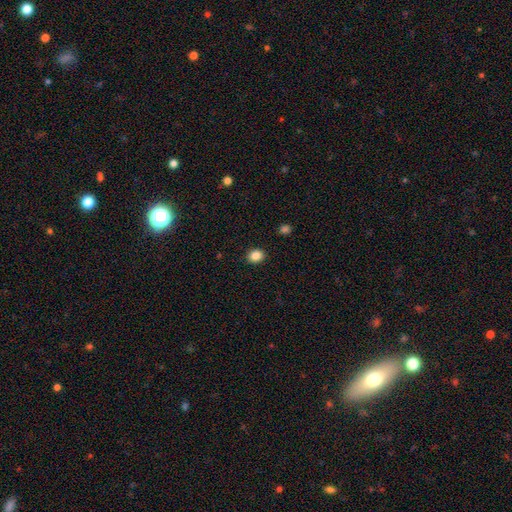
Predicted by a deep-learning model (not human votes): Smooth or featured: smooth — 86% (star or artifact — 10%)
How rounded: round — 57% (in between — 43%)
Merging: none — 90% (minor disturbance — 7%)